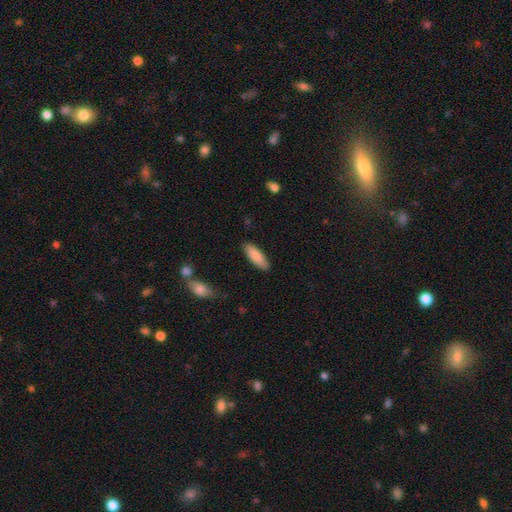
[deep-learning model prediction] A smooth galaxy with no disk features (85%) that is in between round and cigar-shaped (62%).

Vote fractions:
- Smooth or featured? smooth: 85% / featured or disk: 9% / star or artifact: 6%
- How rounded? in between: 62% / cigar-shaped: 36% / round: 2%
- Merging? none: 87% / minor disturbance: 10% / major disturbance: 2% / merger: 1%